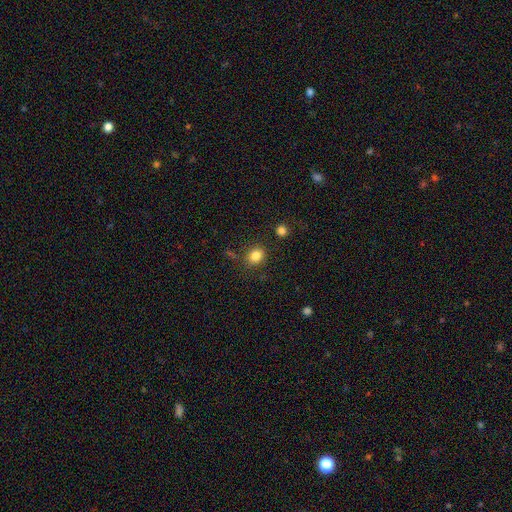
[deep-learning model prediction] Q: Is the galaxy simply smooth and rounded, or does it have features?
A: smooth — 84%.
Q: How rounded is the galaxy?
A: round — 68%.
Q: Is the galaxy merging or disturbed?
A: none — 82%.